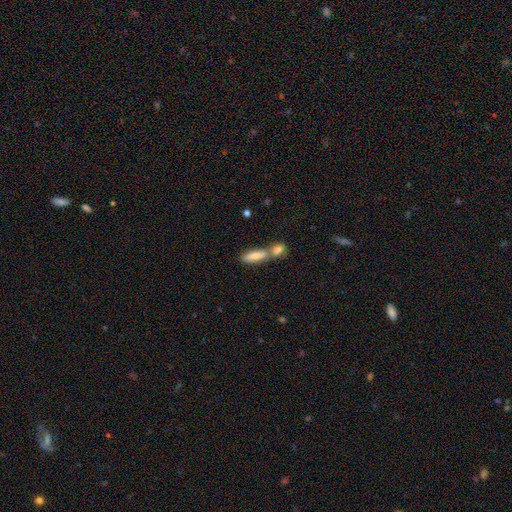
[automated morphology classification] Smooth or featured?
  - smooth: 80% *
  - featured or disk: 13%
  - star or artifact: 7%
How rounded?
  - in between: 52% *
  - cigar-shaped: 46%
  - round: 2%
Merging?
  - merger: 58% *
  - none: 31%
  - minor disturbance: 8%
  - major disturbance: 3%